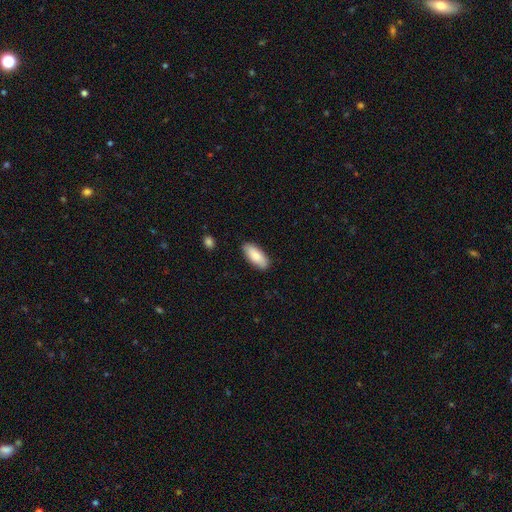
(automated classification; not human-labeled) This is clearly a smooth galaxy (83%). How rounded: clearly in between (83%). Merging: clearly none (86%).